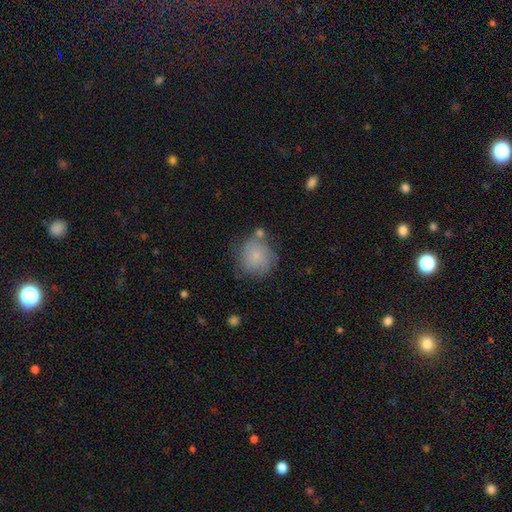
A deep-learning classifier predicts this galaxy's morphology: Q: Smooth or featured?
A: smooth (73%); runner-up: featured or disk (18%)
Q: How rounded?
A: round (87%); runner-up: in between (12%)
Q: Merging?
A: none (61%); runner-up: minor disturbance (21%)